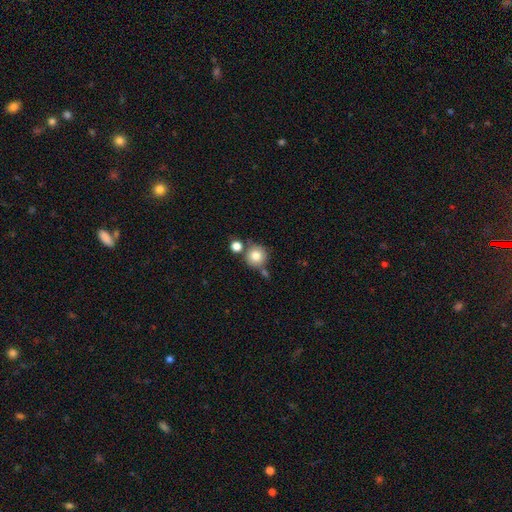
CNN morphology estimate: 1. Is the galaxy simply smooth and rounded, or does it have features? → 79% smooth, 11% star or artifact, 10% featured or disk.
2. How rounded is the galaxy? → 92% round, 7% in between, 1% cigar-shaped.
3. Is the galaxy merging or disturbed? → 66% none, 19% merger, 11% minor disturbance, 4% major disturbance.